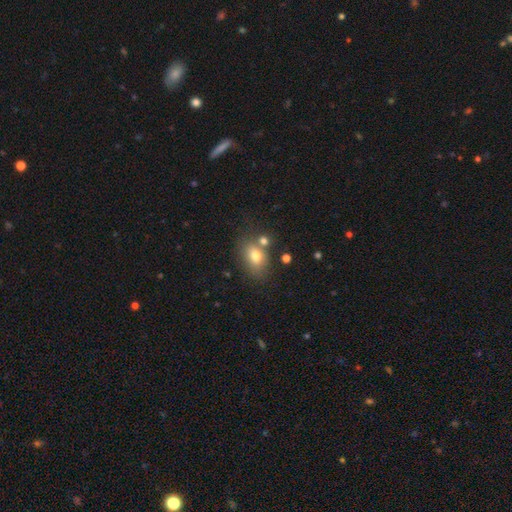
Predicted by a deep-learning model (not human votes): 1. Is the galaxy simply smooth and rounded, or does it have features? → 76% smooth, 14% featured or disk, 10% star or artifact.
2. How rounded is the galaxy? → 77% in between, 22% round, 2% cigar-shaped.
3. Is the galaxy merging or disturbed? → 63% none, 17% merger, 15% minor disturbance, 5% major disturbance.